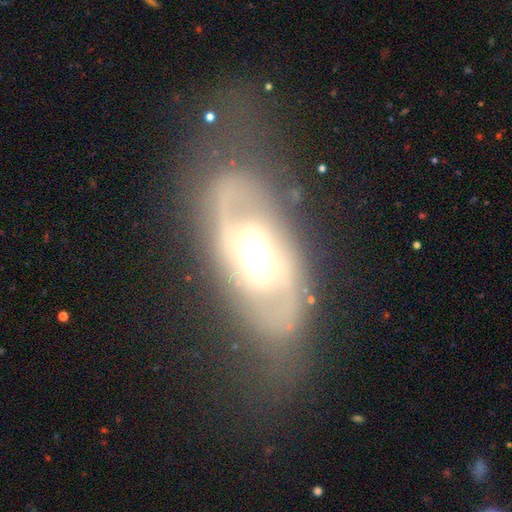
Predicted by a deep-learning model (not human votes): Smooth or featured? featured or disk (79%)
Edge-on disk? no (92%)
Bar? no (42%)
Spiral arms? yes (81%)
Spiral winding? medium (45%)
Spiral arm count? 2 (84%)
Bulge size? moderate (46%)
Merging? none (64%)